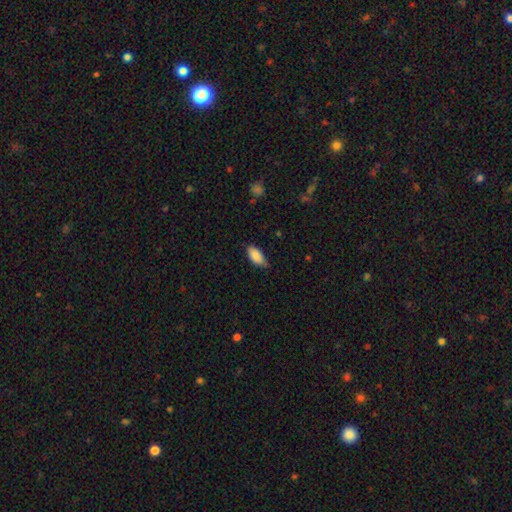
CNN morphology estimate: The model was most divided on "merging": none: 66%, minor disturbance: 29%, major disturbance: 4%, merger: 1%. More confident: how rounded — in between (91%); smooth or featured — smooth (88%).